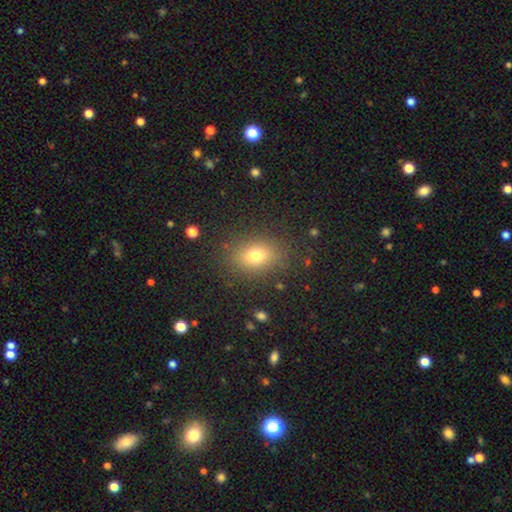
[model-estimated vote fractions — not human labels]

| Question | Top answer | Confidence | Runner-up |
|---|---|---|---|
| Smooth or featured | smooth | 74% | star or artifact (14%) |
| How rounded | in between | 67% | round (32%) |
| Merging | none | 84% | minor disturbance (10%) |